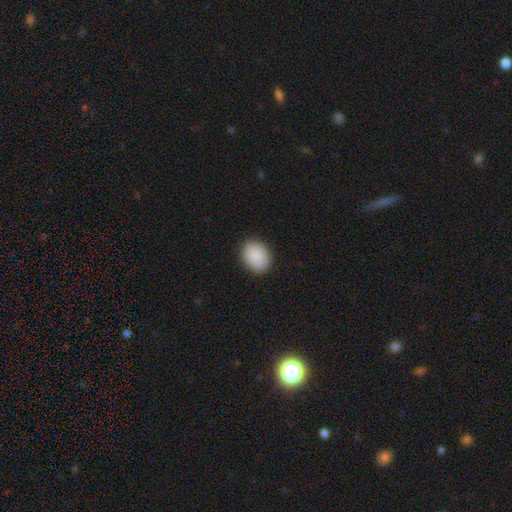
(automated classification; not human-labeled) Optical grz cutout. It shows a smooth galaxy with no disk features (90%) that is in between round and cigar-shaped (60%). Merging: none (87%).